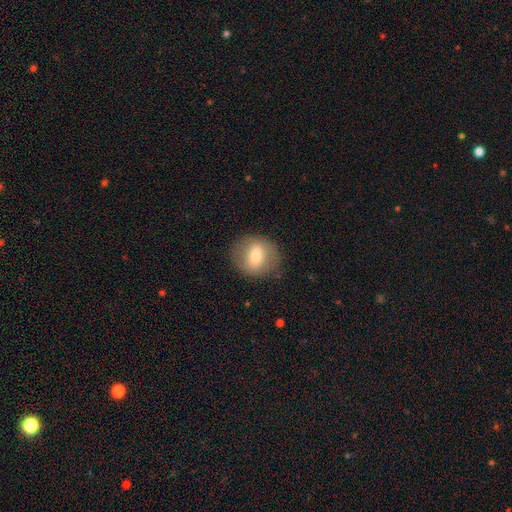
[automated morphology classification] A smooth galaxy with no disk features (62%) that is round (72%). Merging: none (83%).